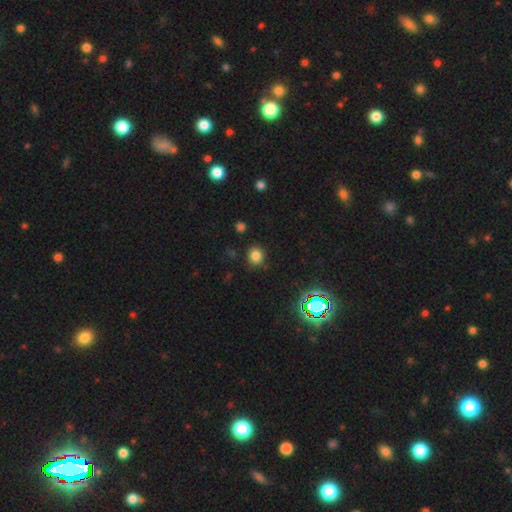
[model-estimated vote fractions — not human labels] This appears to be a smooth galaxy with no disk features (79%) that is round (80%). Merging: none (85%).